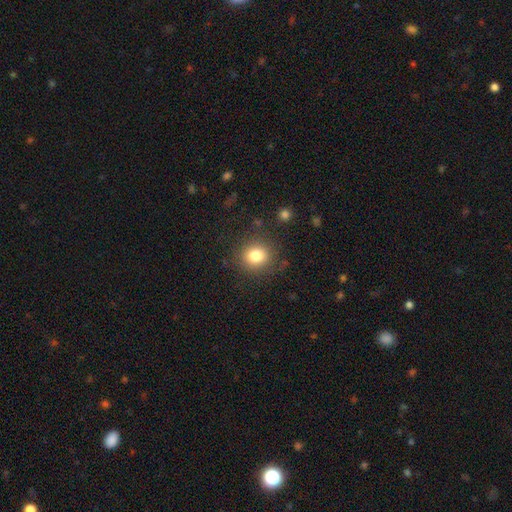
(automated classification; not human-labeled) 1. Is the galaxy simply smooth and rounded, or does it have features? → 81% smooth, 12% star or artifact, 7% featured or disk.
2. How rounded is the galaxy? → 81% round, 18% in between, 1% cigar-shaped.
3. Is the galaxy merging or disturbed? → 85% none, 9% minor disturbance, 4% major disturbance, 2% merger.